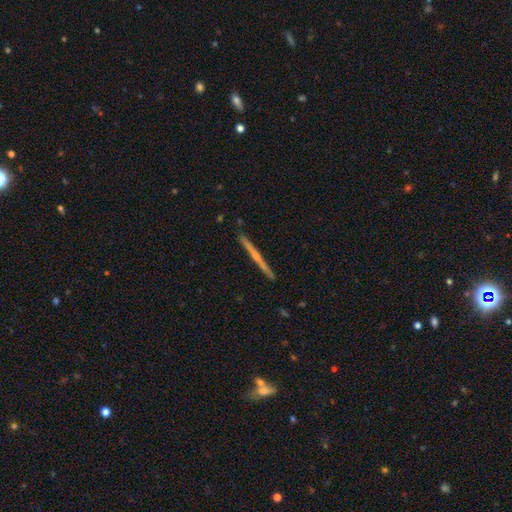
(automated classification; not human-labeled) This appears to be a featured or disk galaxy (71%) viewed edge-on (98%) with no central bulge (47%). Merging: none (92%).